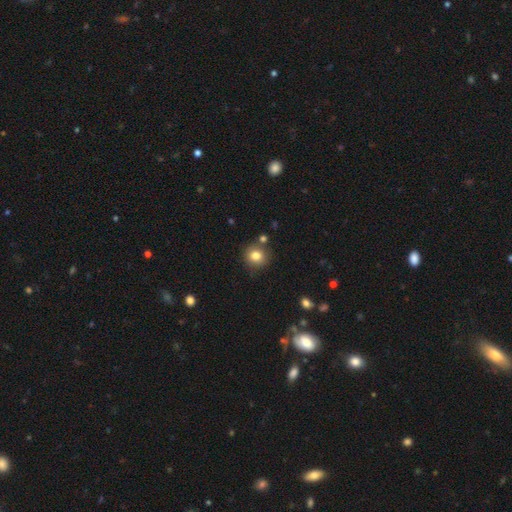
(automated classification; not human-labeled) The model was most divided on "smooth or featured": smooth: 80%, star or artifact: 12%, featured or disk: 8%. More confident: how rounded — round (90%); merging — none (81%).